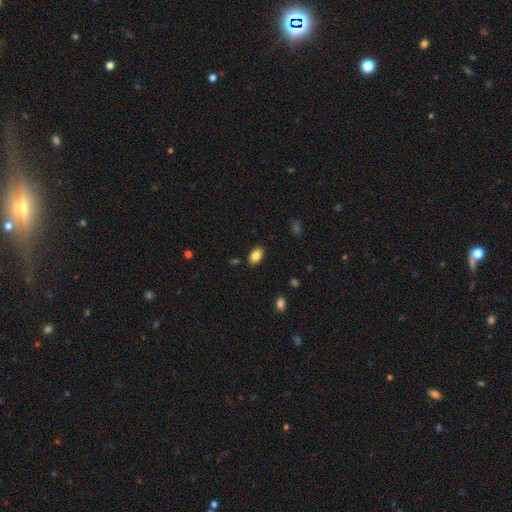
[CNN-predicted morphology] Overall: smooth (84%). How rounded: in between (90%). Merging: none (86%).